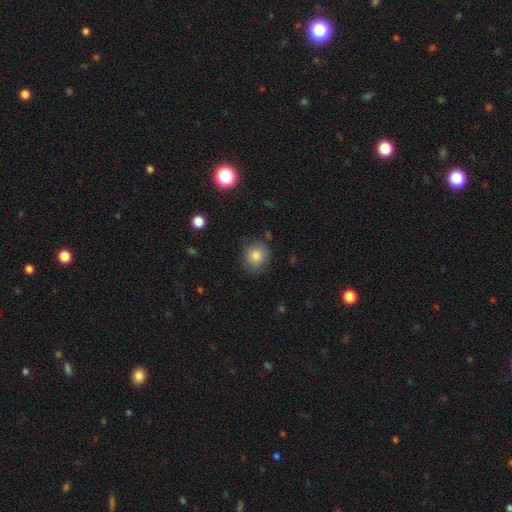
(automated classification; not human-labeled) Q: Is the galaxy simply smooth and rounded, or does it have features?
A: smooth — 81%.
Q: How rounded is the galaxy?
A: round — 86%.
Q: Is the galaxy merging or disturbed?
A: none — 79%.